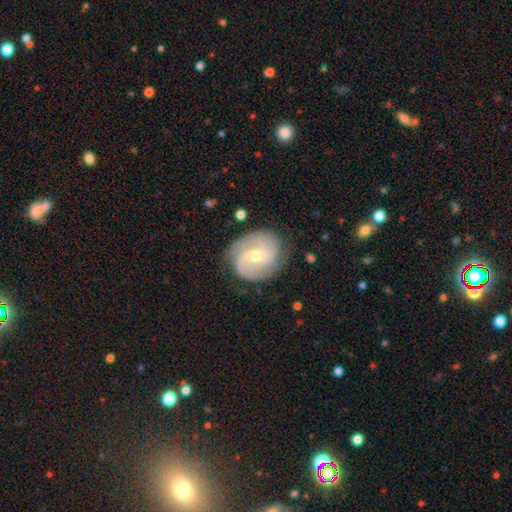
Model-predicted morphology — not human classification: This appears to be a featured or disk galaxy (84%) with a weak bar (53%), 2 (57%) medium (44%) spiral arms (96%) and a small central bulge (52%). Merging: none (78%).